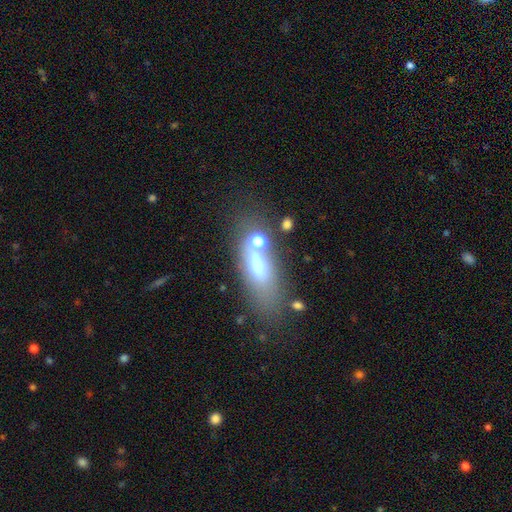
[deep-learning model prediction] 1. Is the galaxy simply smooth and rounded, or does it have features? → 63% smooth, 22% featured or disk, 15% star or artifact.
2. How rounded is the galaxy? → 65% in between, 27% cigar-shaped, 8% round.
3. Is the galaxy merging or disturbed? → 48% none, 22% merger, 16% minor disturbance, 13% major disturbance.